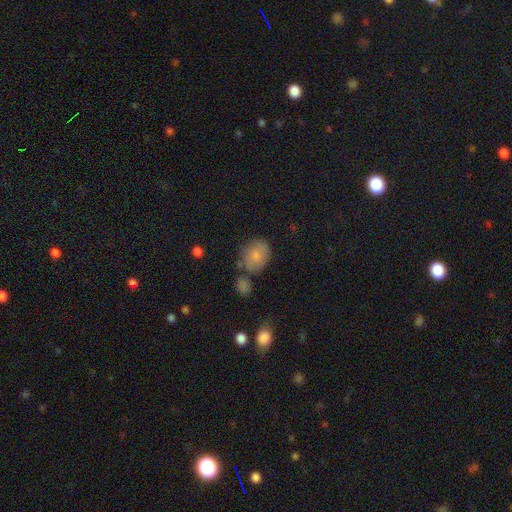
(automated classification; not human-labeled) This is likely a smooth galaxy (79%). How rounded: possibly round (53%). Merging: likely none (60%).